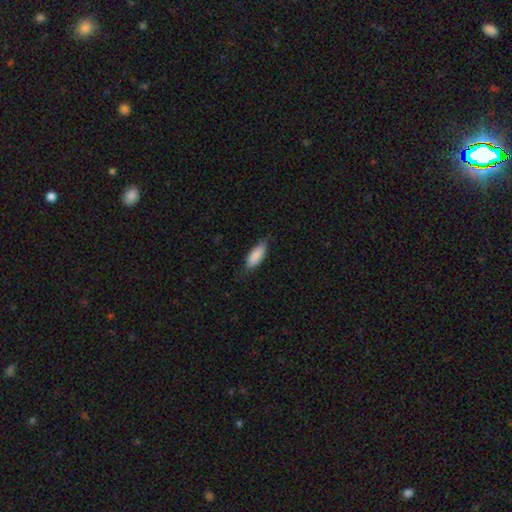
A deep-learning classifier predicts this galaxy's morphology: Smooth or featured: smooth — 87% (featured or disk — 7%)
How rounded: in between — 72% (cigar-shaped — 27%)
Merging: none — 78% (minor disturbance — 18%)